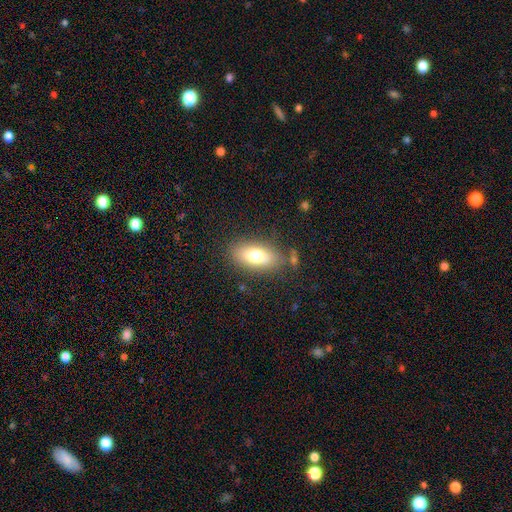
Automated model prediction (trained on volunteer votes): A smooth galaxy with no disk features (74%) that is in between round and cigar-shaped (85%). Merging: none (80%).